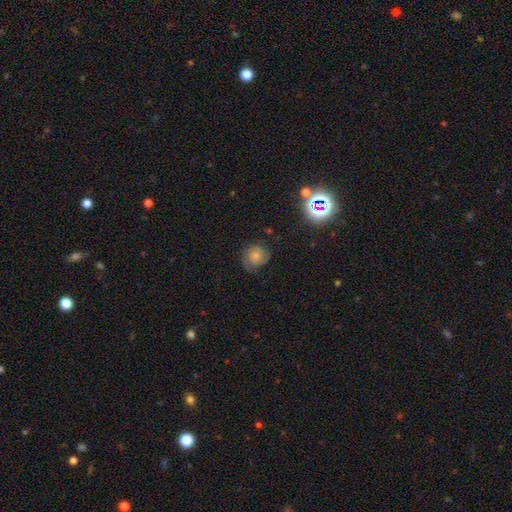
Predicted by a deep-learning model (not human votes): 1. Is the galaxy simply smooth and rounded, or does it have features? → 48% smooth, 40% featured or disk, 13% star or artifact.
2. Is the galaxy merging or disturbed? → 64% none, 23% minor disturbance, 11% major disturbance, 2% merger.